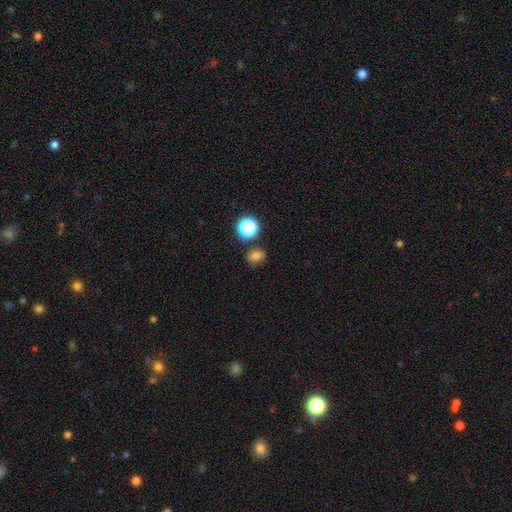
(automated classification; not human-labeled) Smooth or featured: smooth — 74% (star or artifact — 20%)
How rounded: in between — 51% (round — 48%)
Merging: none — 76% (minor disturbance — 14%)